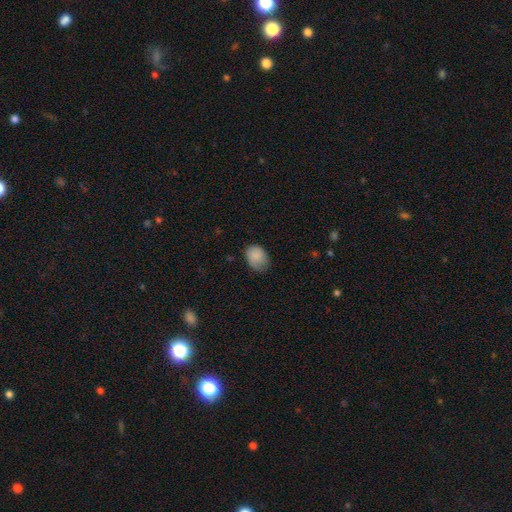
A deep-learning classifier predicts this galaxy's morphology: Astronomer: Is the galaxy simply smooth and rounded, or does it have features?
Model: smooth — 84%.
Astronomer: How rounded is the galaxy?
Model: in between — 65%.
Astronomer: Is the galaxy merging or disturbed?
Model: none — 54% (runner-up: minor disturbance, 34%).